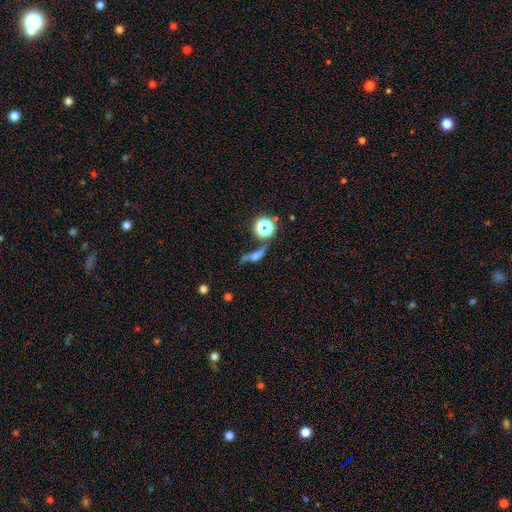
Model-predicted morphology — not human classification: A featured or disk galaxy (42%). Merging: none (41%).